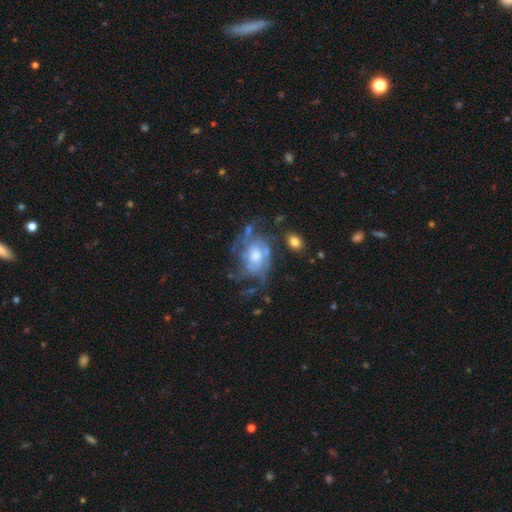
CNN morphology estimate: smooth_or_featured: featured or disk (p=0.81) [alt: smooth p=0.12]
disk_edge_on: no (p=0.97) [alt: yes p=0.03]
bar: no (p=0.71) [alt: weak p=0.24]
has_spiral_arms: yes (p=0.86) [alt: no p=0.14]
spiral_winding: tight (p=0.43) [alt: medium p=0.40]
spiral_arm_count: can't tell (p=0.38) [alt: 2 p=0.22]
bulge_size: moderate (p=0.55) [alt: large p=0.20]
merging: none (p=0.47) [alt: major disturbance p=0.27]